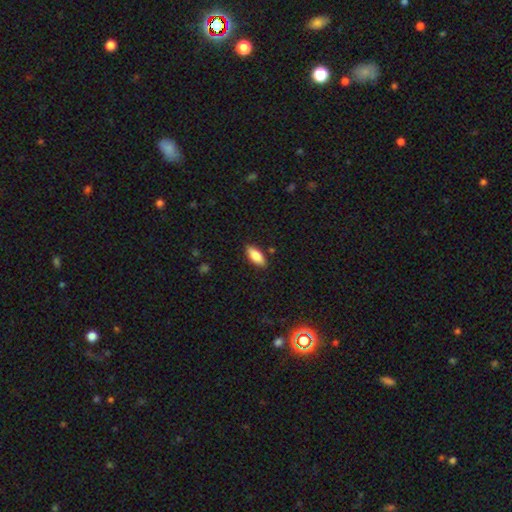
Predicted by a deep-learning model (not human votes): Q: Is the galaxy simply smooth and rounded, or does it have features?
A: smooth — 84%.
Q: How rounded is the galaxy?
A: in between — 82%.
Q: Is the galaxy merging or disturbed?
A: none — 87%.